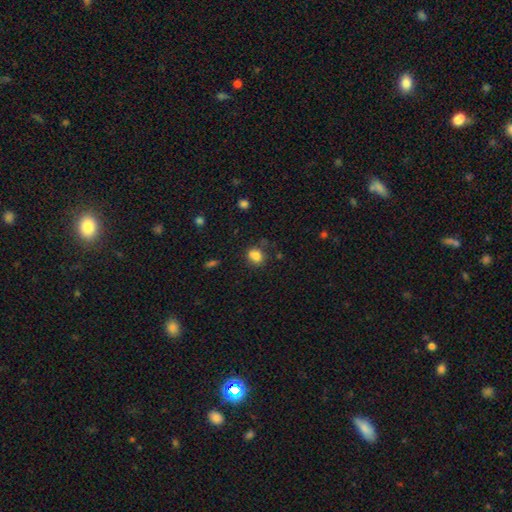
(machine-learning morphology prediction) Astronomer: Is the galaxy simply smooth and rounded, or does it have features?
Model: smooth — 81%.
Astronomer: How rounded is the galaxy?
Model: round — 63%.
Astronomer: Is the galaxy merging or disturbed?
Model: none — 66%.